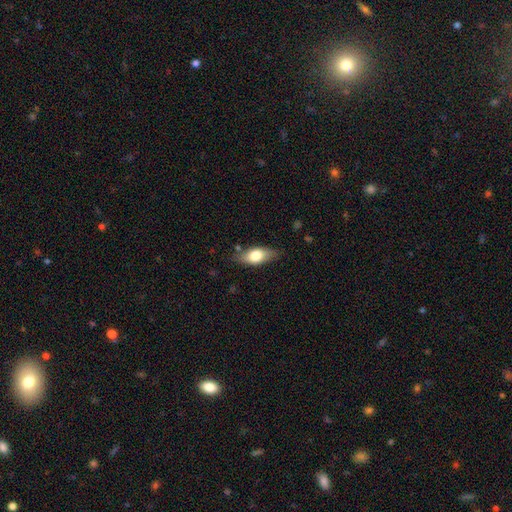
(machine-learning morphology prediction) A smooth galaxy with no disk features (70%) that is in between round and cigar-shaped (83%). Merging: none (78%).